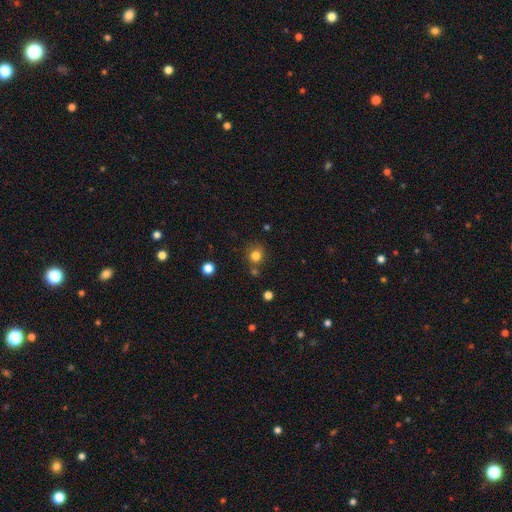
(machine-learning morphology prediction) Smooth or featured: smooth — 80% (star or artifact — 14%)
How rounded: round — 87% (in between — 12%)
Merging: none — 76% (minor disturbance — 11%)